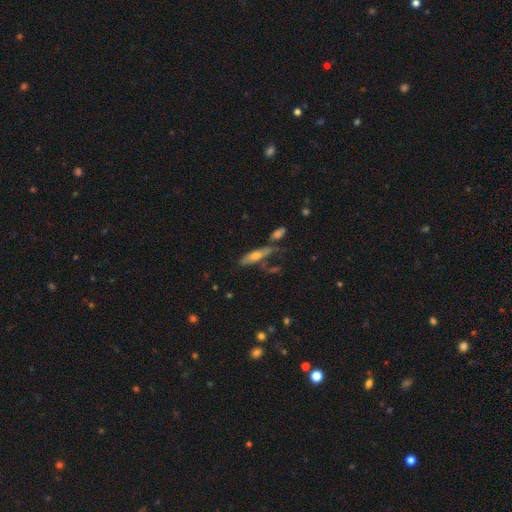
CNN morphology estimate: smooth 49%, featured or disk 41%, star or artifact 10%. Down the decision tree: merging — none (49%).